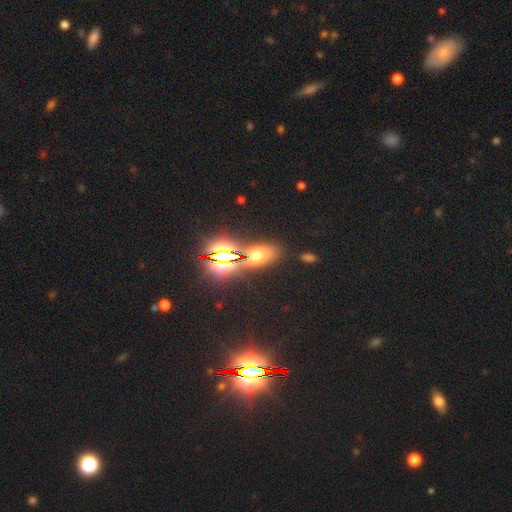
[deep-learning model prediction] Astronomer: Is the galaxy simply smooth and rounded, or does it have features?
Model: star or artifact — 45% (runner-up: smooth, 44%).